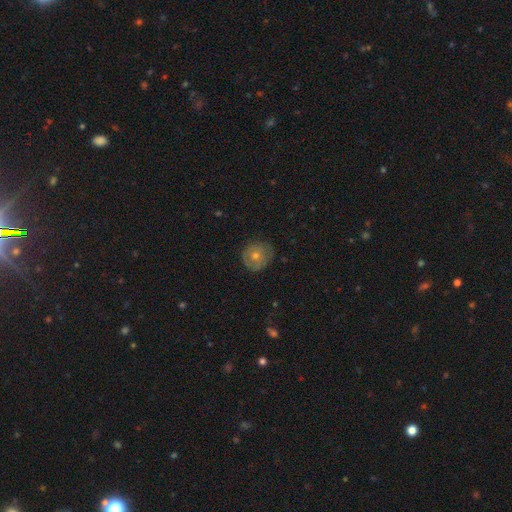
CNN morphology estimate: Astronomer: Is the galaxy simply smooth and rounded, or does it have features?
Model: smooth — 48% (runner-up: featured or disk, 40%).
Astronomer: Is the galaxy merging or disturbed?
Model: none — 82%.